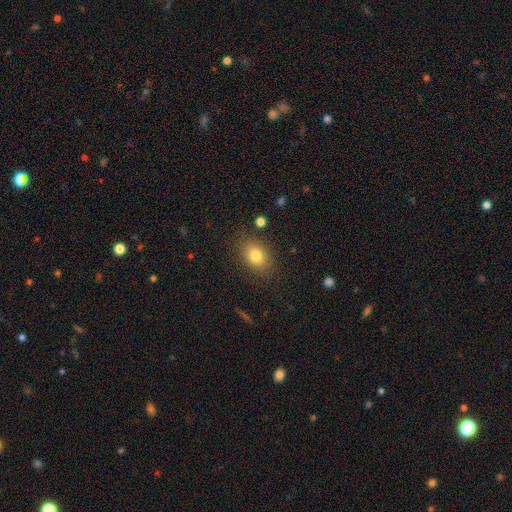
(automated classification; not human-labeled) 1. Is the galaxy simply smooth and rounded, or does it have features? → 79% smooth, 11% star or artifact, 10% featured or disk.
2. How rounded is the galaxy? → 70% in between, 29% round, 1% cigar-shaped.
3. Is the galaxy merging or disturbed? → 82% none, 12% minor disturbance, 4% major disturbance, 2% merger.